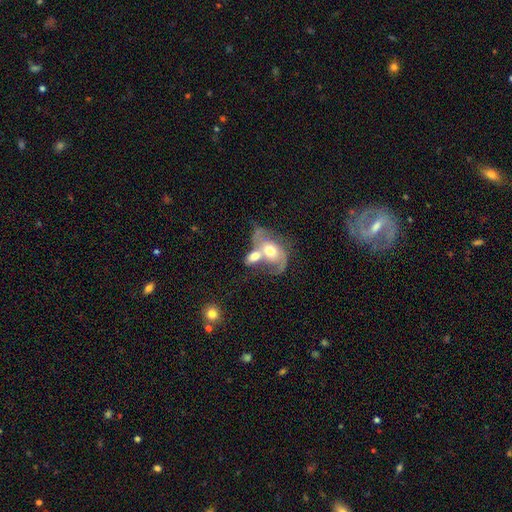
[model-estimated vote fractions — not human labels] Smooth or featured? Predicted: featured or disk (p=0.58). Edge-on disk? Predicted: no (p=0.95). Bar? Predicted: no (p=0.72). Spiral arms? Predicted: yes (p=0.73). Bulge size? Predicted: moderate (p=0.66). Merging? Predicted: merger (p=0.68).